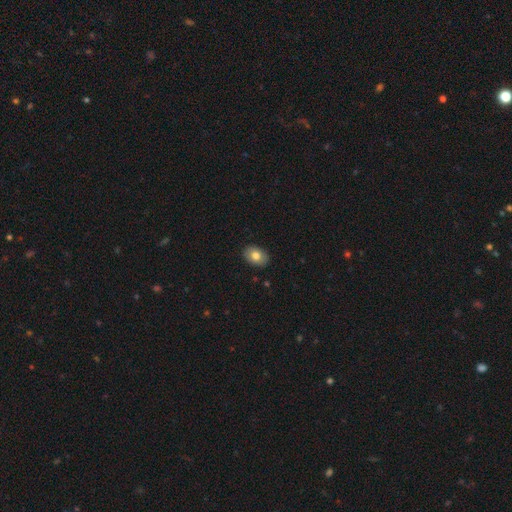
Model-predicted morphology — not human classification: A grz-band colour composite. It shows a smooth galaxy with no disk features (79%) that is in between round and cigar-shaped (80%). Merging: none (89%).